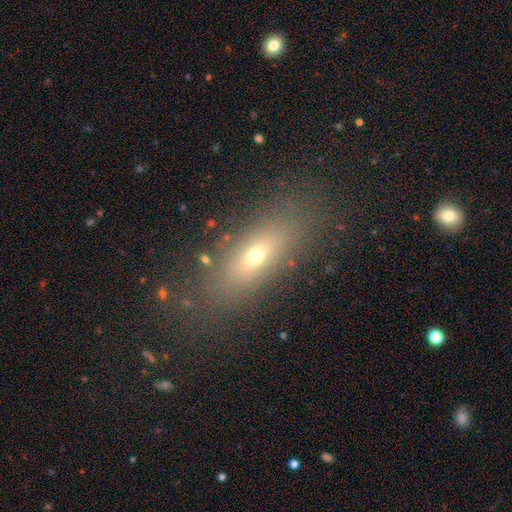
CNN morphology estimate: smooth_or_featured: smooth (p=0.59) [alt: featured or disk p=0.25]
how_rounded: in between (p=0.58) [alt: cigar-shaped p=0.36]
merging: none (p=0.83) [alt: minor disturbance p=0.10]